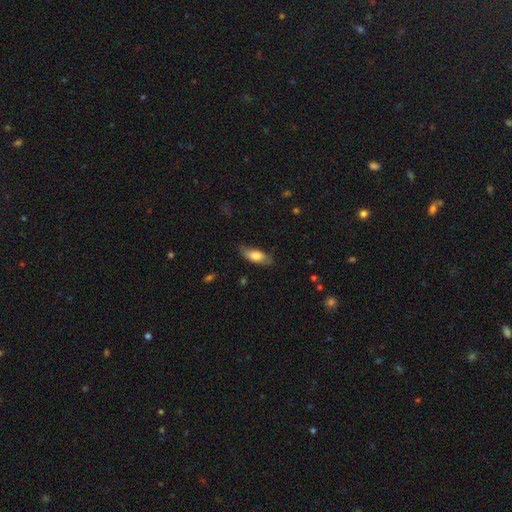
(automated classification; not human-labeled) Overall: smooth (73%). How rounded: in between (74%). Merging: none (76%).